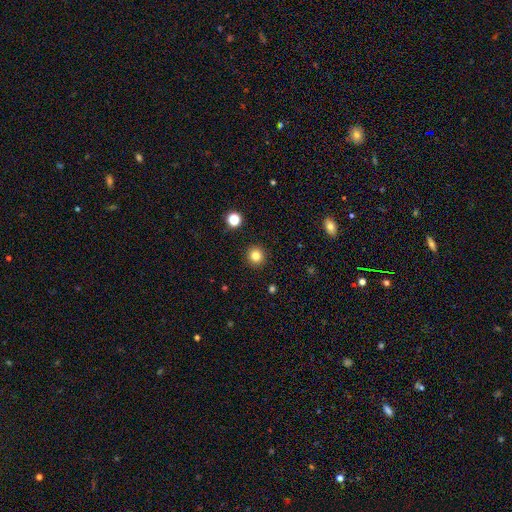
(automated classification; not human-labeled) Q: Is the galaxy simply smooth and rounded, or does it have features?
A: smooth — 82%.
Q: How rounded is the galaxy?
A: round — 94%.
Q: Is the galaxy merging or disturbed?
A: none — 93%.